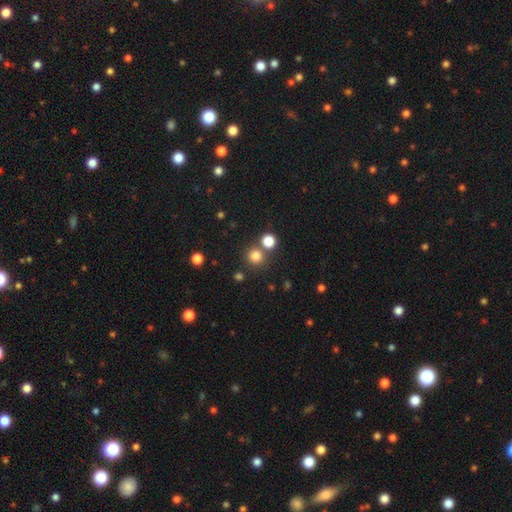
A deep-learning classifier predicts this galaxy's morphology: type=smooth (79%); roundness=round (92%); merging=none (74%).